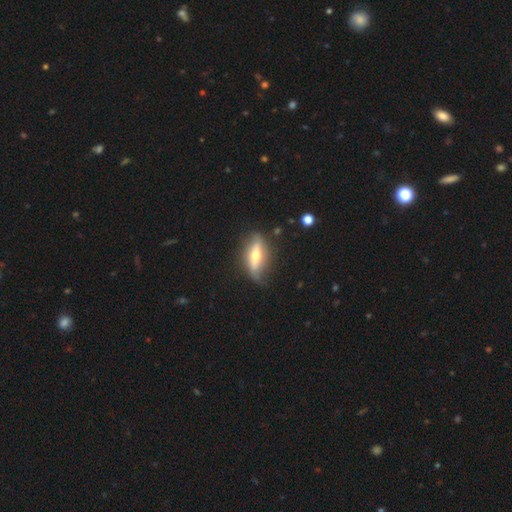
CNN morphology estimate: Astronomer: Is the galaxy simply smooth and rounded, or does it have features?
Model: featured or disk — 60%.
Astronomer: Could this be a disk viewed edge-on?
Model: yes — 65%.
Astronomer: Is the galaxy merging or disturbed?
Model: none — 72%.